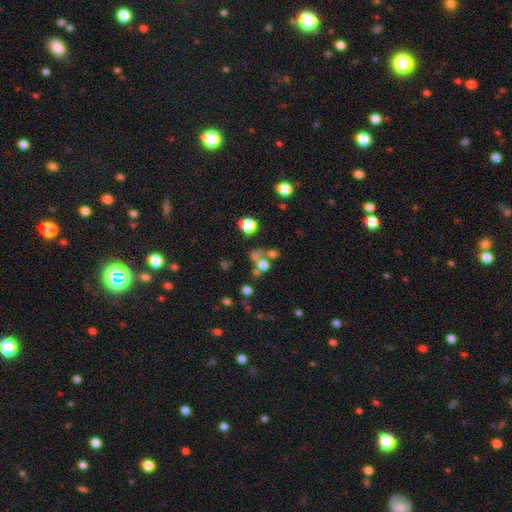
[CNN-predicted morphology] Overall: star or artifact (49%; smooth 36%).